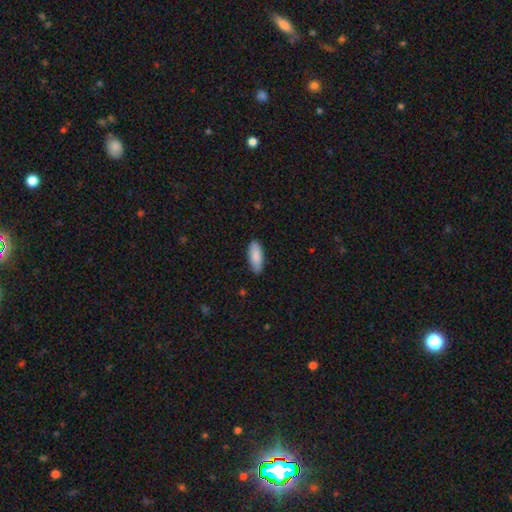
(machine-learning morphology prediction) A smooth galaxy with no disk features (88%) that is in between round and cigar-shaped (79%). Merging: none (87%).